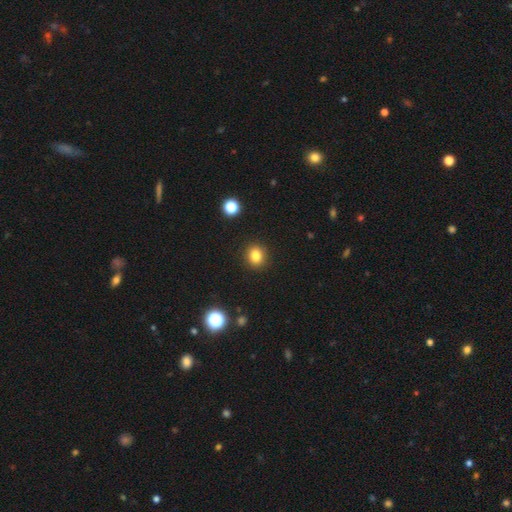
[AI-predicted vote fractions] This appears to be a smooth galaxy with no disk features (82%) that is round (75%). Merging: none (91%).